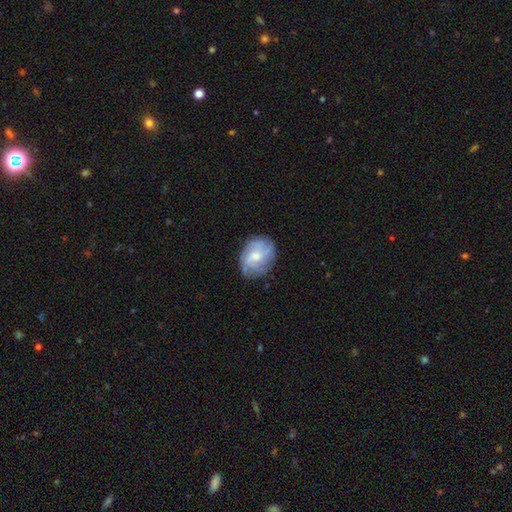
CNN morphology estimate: type=featured or disk (63%); edge-on=no (97%); bar=no (60%); spiral arms=yes (86%); winding=tight (41%); arm count=can't tell (41%); bulge=moderate (51%); merging=none (74%).